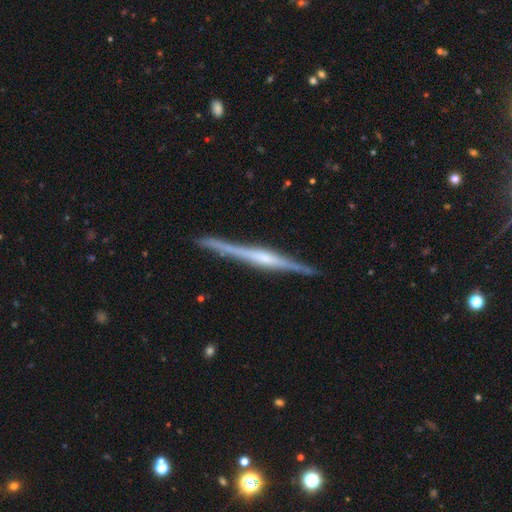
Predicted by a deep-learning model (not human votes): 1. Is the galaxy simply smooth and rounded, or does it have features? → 82% featured or disk, 13% smooth, 5% star or artifact.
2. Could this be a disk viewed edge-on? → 98% yes, 2% no.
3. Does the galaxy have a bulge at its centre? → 52% rounded, 27% none, 21% boxy.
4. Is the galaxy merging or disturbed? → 89% none, 8% minor disturbance, 1% major disturbance, 1% merger.